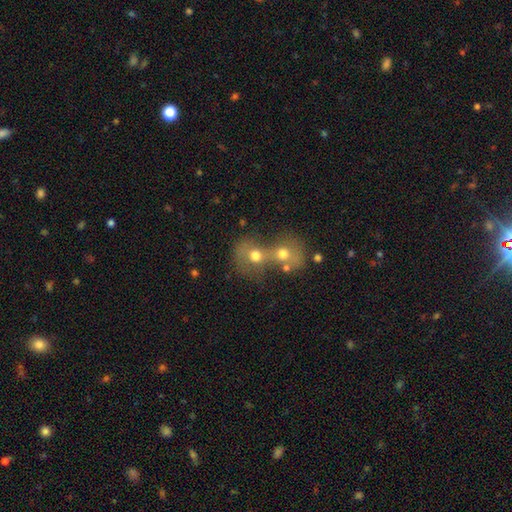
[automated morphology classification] Q: Smooth or featured?
A: smooth (62%); runner-up: featured or disk (24%)
Q: How rounded?
A: round (67%); runner-up: in between (32%)
Q: Merging?
A: merger (73%); runner-up: none (15%)